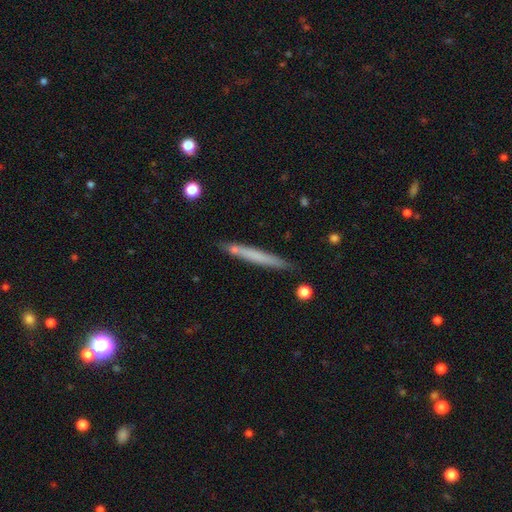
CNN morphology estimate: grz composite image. It shows a smooth galaxy with no disk features (60%) that is cigar-shaped (96%). Merging: none (84%).